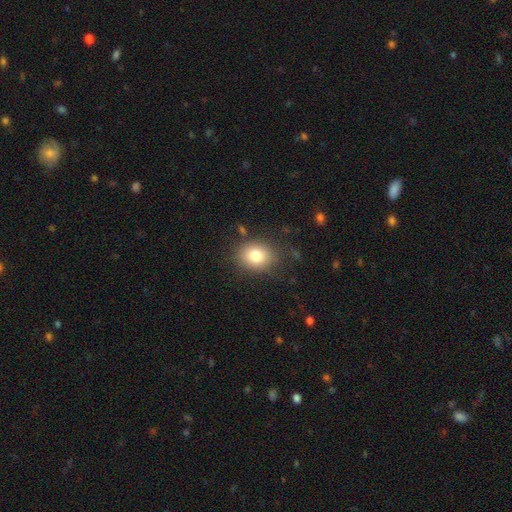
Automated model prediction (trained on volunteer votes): Overall: smooth (81%). How rounded: round (55%; in between 44%). Merging: none (80%).